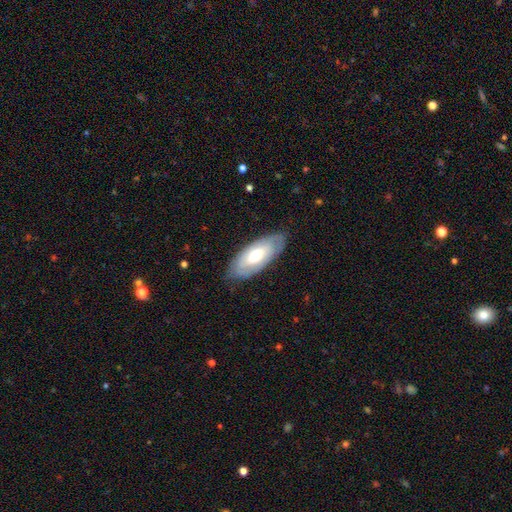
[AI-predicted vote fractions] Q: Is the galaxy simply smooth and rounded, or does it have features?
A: featured or disk — 48%.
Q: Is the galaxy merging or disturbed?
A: none — 81%.